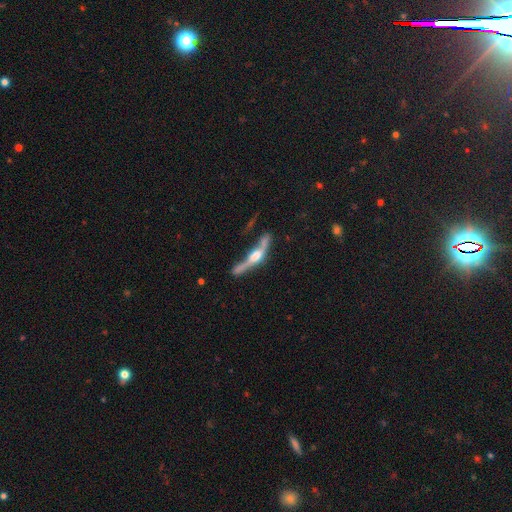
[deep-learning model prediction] A featured or disk galaxy (72%) viewed edge-on (89%) with a rounded central bulge (84%).

Vote fractions:
- Smooth or featured? featured or disk: 72% / smooth: 21% / star or artifact: 7%
- Edge-on disk? yes: 89% / no: 11%
- Edge-on bulge? rounded: 84% / boxy: 10% / none: 5%
- Merging? none: 50% / minor disturbance: 21% / major disturbance: 17% / merger: 12%